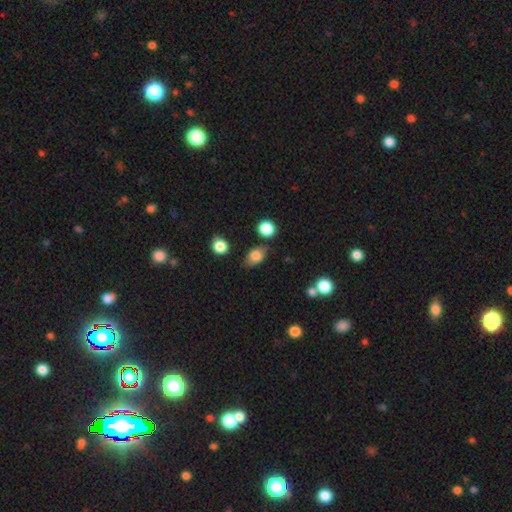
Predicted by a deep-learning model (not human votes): A smooth galaxy with no disk features (76%) that is in between round and cigar-shaped (77%). Merging: none (70%).